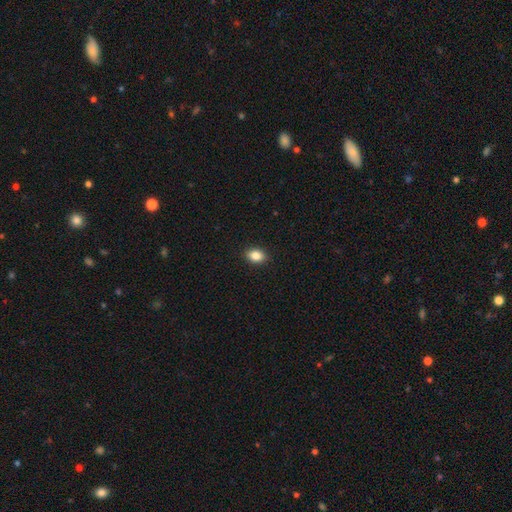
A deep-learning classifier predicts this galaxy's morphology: smooth 86%, star or artifact 9%, featured or disk 5%. Down the decision tree: how rounded — in between (75%); merging — none (90%).